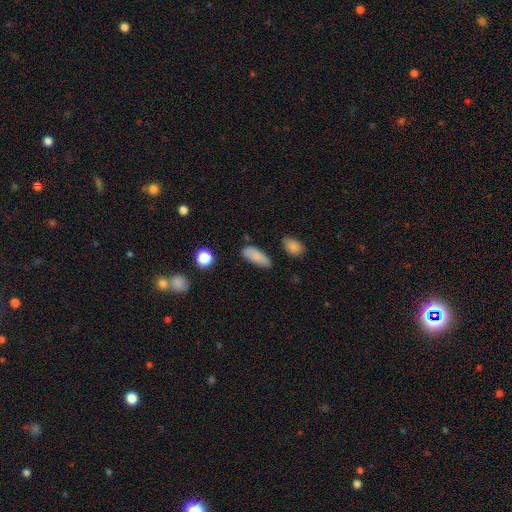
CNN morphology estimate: This is clearly a smooth galaxy (84%). How rounded: clearly in between (83%). Merging: likely none (76%).